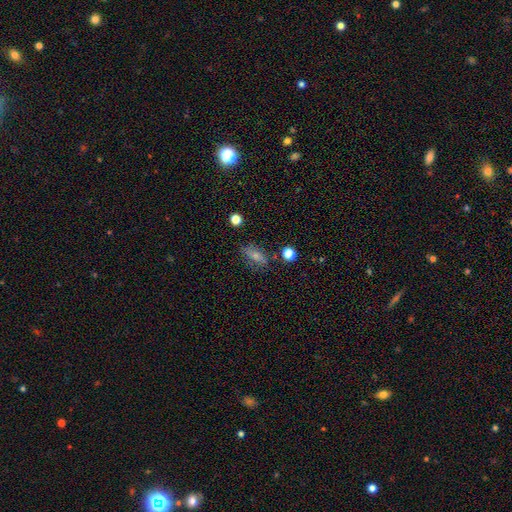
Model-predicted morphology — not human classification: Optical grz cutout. It shows a smooth galaxy with no disk features (73%) that is in between round and cigar-shaped (76%). Merging: none (72%).